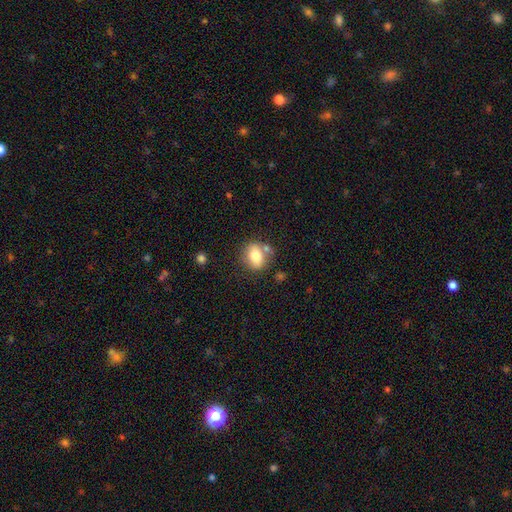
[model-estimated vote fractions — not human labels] smooth 75%, featured or disk 17%, star or artifact 8%. Down the decision tree: how rounded — in between (53%); merging — none (62%).